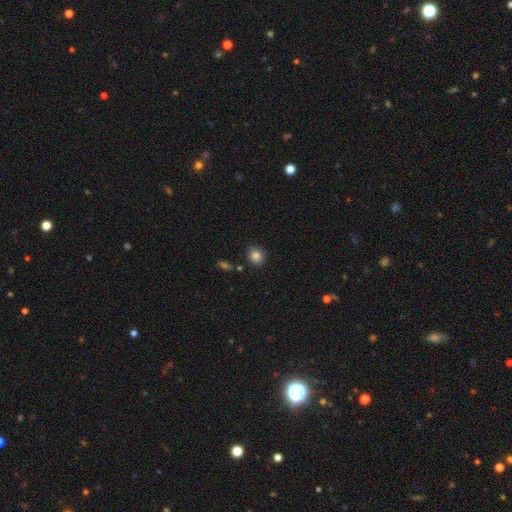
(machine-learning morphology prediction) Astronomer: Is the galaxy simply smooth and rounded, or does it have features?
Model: smooth — 84%.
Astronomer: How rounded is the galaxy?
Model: round — 78%.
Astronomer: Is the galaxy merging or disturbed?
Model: none — 86%.